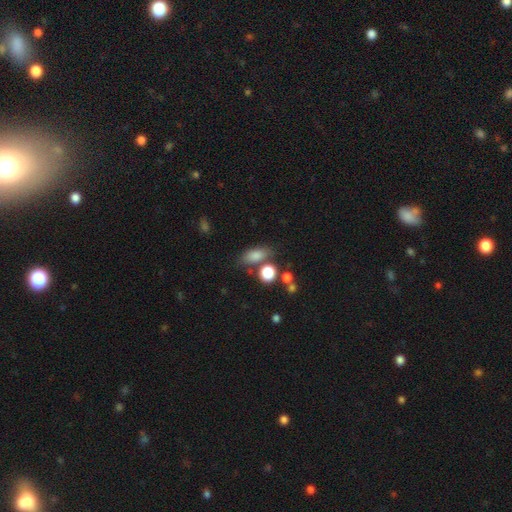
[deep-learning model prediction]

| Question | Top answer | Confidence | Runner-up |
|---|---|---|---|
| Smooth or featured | smooth | 80% | star or artifact (11%) |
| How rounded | in between | 76% | round (14%) |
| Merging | none | 66% | minor disturbance (15%) |